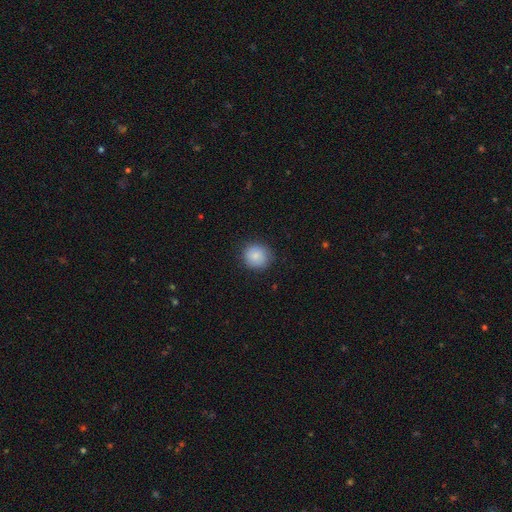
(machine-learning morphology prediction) Smooth or featured: smooth — 84% (featured or disk — 9%)
How rounded: round — 87% (in between — 12%)
Merging: none — 85% (minor disturbance — 11%)